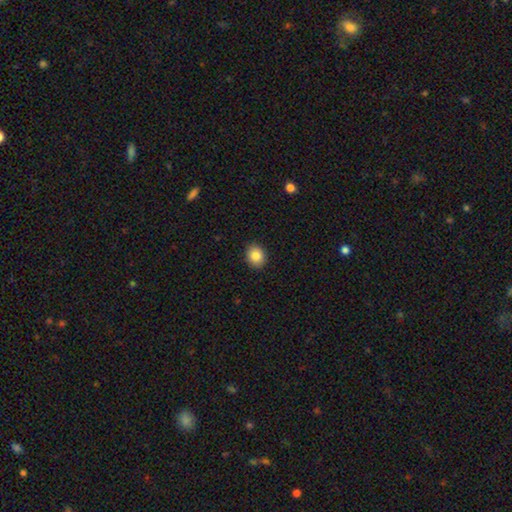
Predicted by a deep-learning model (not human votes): A smooth galaxy with no disk features (85%) that is round (60%).

Vote fractions:
- Smooth or featured? smooth: 85% / star or artifact: 9% / featured or disk: 6%
- How rounded? round: 60% / in between: 39% / cigar-shaped: 1%
- Merging? none: 91% / minor disturbance: 6% / major disturbance: 2% / merger: 1%